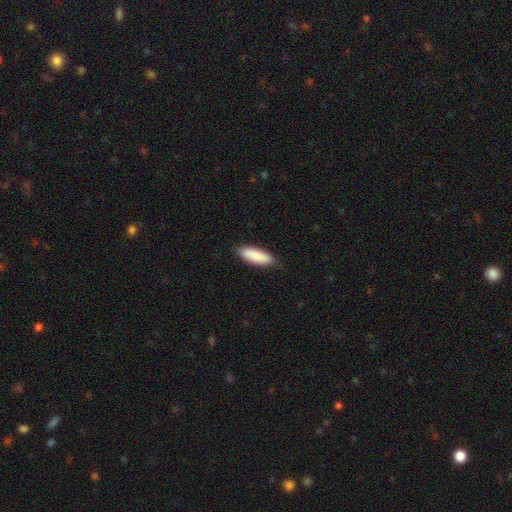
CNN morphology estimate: smooth-or-featured: smooth: 89% | featured or disk: 5% | star or artifact: 5%
  how-rounded: in between: 59% | cigar-shaped: 40% | round: 2%
  merging: none: 85% | minor disturbance: 12% | major disturbance: 2% | merger: 1%